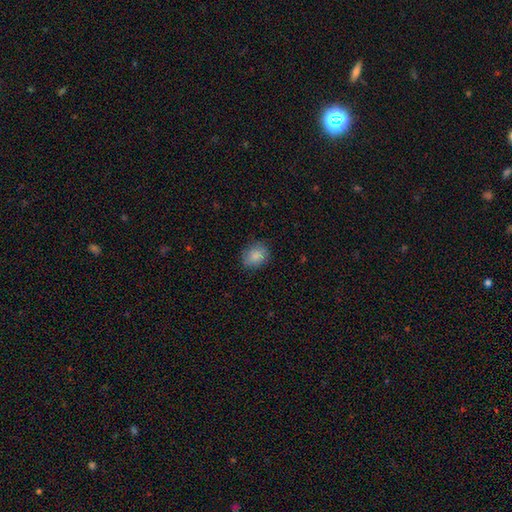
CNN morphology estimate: Smooth or featured: smooth — 86% (star or artifact — 8%)
How rounded: round — 53% (in between — 46%)
Merging: none — 81% (minor disturbance — 14%)